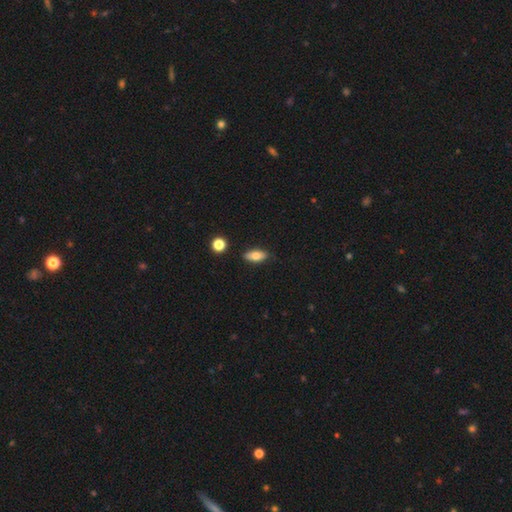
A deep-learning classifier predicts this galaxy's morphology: smooth 72%, featured or disk 20%, star or artifact 8%. Down the decision tree: how rounded — in between (79%); merging — none (84%).